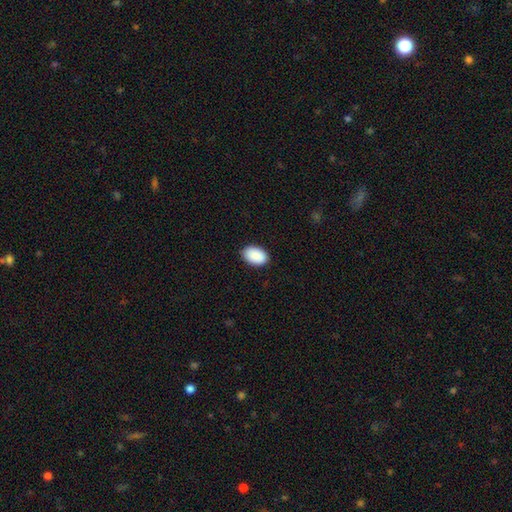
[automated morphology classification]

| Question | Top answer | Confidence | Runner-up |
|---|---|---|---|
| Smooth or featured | smooth | 91% | star or artifact (6%) |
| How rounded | in between | 90% | round (9%) |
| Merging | none | 89% | minor disturbance (8%) |